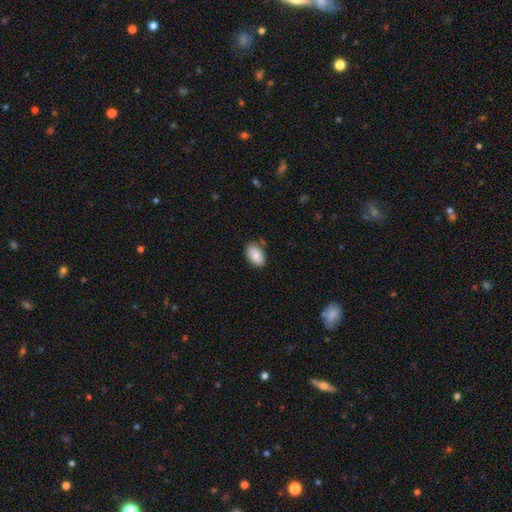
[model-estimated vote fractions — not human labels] smooth 85%, featured or disk 8%, star or artifact 7%. Down the decision tree: how rounded — in between (93%); merging — none (77%).